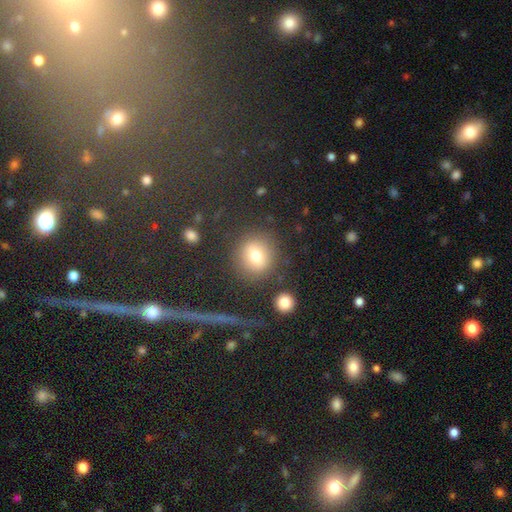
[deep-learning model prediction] A smooth galaxy with no disk features (73%) that is round (77%).

Vote fractions:
- Smooth or featured? smooth: 73% / featured or disk: 15% / star or artifact: 12%
- How rounded? round: 77% / in between: 21% / cigar-shaped: 2%
- Merging? none: 81% / minor disturbance: 10% / major disturbance: 5% / merger: 4%